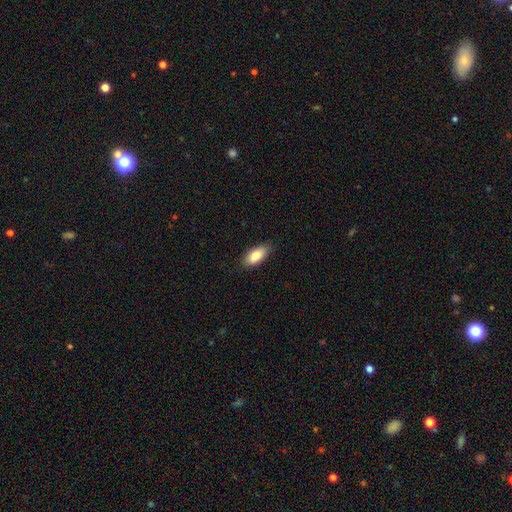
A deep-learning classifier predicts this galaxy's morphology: type=smooth (84%); roundness=in between (87%); merging=none (84%).